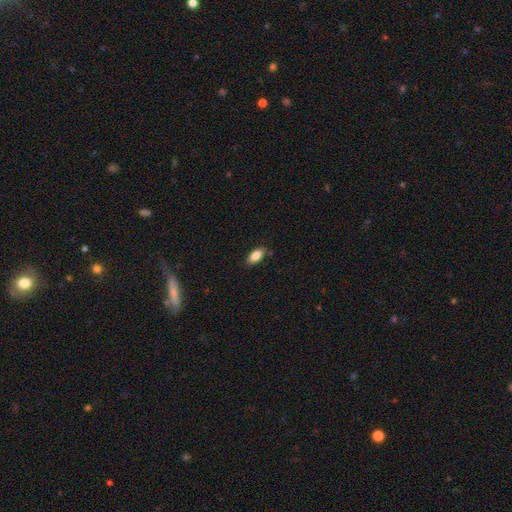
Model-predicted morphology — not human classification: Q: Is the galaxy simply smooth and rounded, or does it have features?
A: smooth — 85%.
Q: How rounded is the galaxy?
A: in between — 88%.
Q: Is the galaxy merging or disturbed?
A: none — 85%.